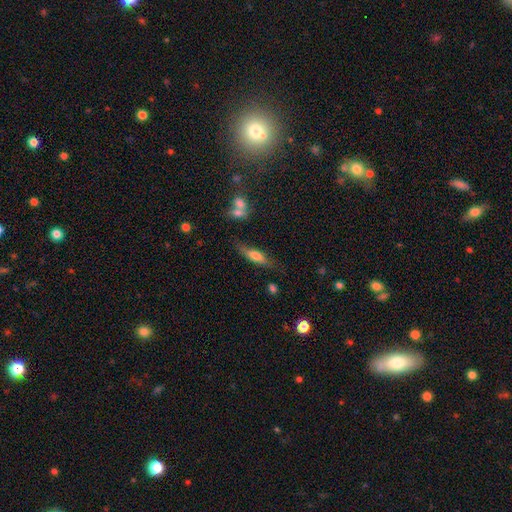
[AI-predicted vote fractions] The model was most divided on "how rounded": cigar-shaped: 61%, in between: 37%, round: 2%. More confident: merging — none (70%); smooth or featured — smooth (62%).